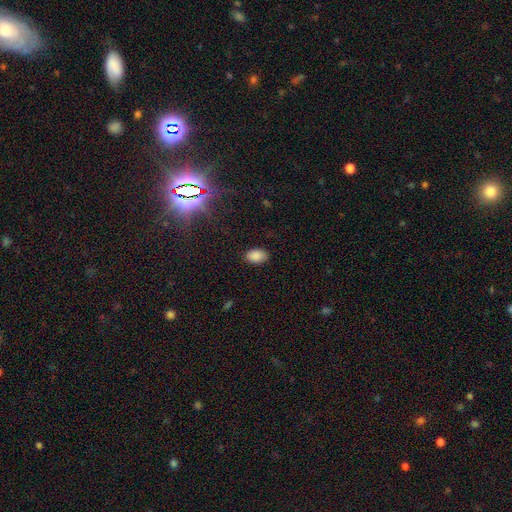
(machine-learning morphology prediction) type=smooth (85%); roundness=in between (88%); merging=none (86%).